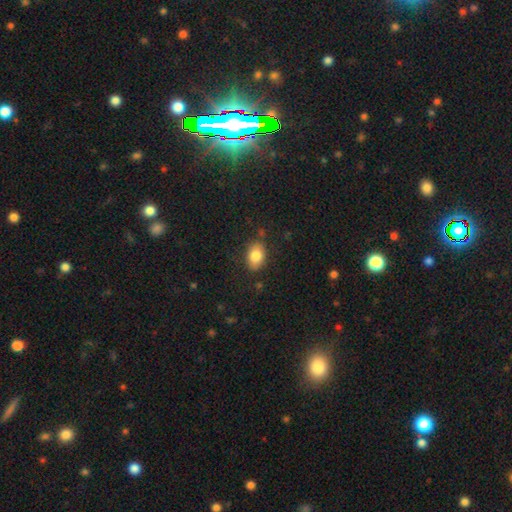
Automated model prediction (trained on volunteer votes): A smooth galaxy with no disk features (83%) that is in between round and cigar-shaped (83%). Merging: none (80%).